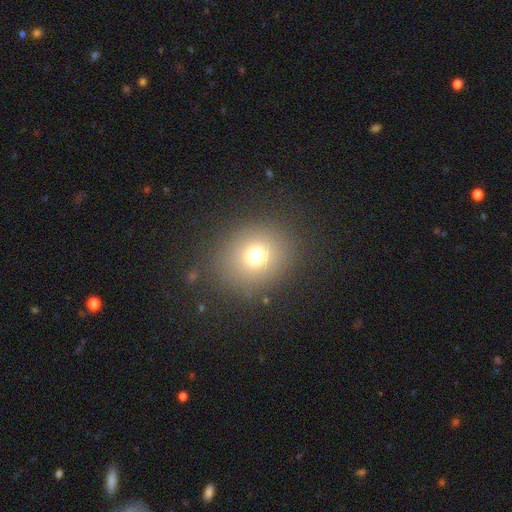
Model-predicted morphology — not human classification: smooth_or_featured: smooth (p=0.71) [alt: star or artifact p=0.19]
how_rounded: round (p=0.79) [alt: in between p=0.20]
merging: none (p=0.85) [alt: minor disturbance p=0.08]